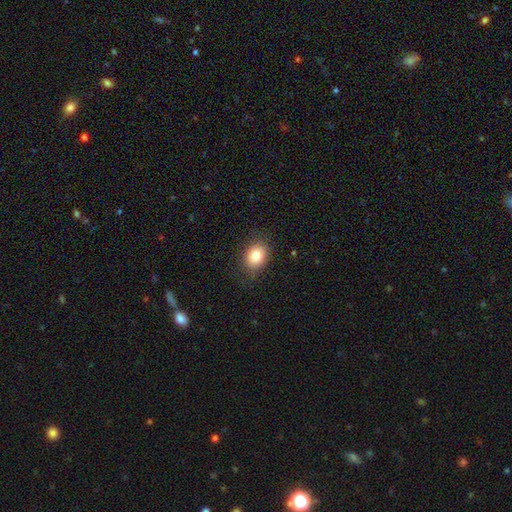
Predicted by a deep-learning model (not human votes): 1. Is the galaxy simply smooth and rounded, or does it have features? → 82% smooth, 9% star or artifact, 9% featured or disk.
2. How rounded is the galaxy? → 57% in between, 42% round, 1% cigar-shaped.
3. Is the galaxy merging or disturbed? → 84% none, 12% minor disturbance, 3% major disturbance, 1% merger.